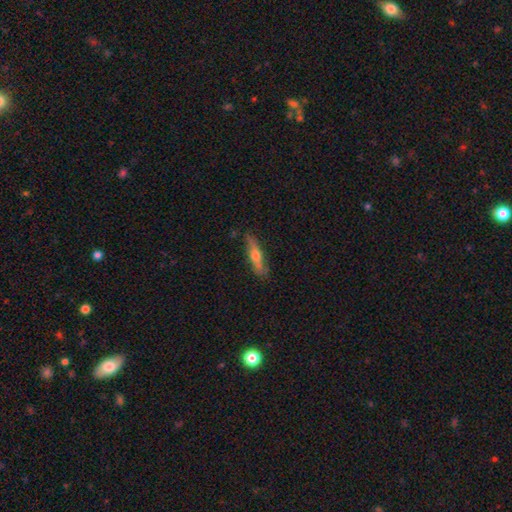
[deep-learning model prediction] smooth 48%, featured or disk 46%, star or artifact 6%. Down the decision tree: merging — none (79%).